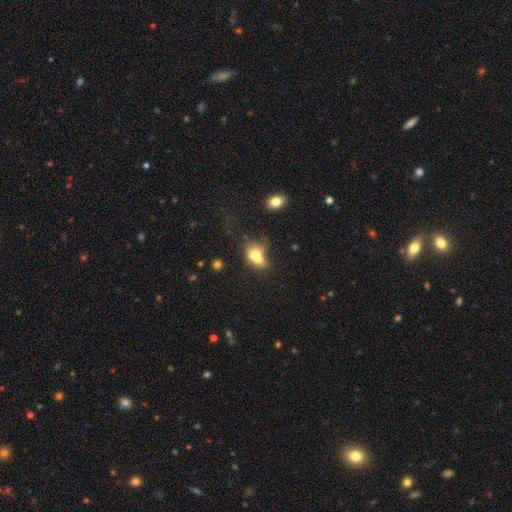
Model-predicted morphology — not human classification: smooth_or_featured: smooth (p=0.68) [alt: featured or disk p=0.20]
how_rounded: in between (p=0.63) [alt: round p=0.34]
merging: merger (p=0.55) [alt: none p=0.21]